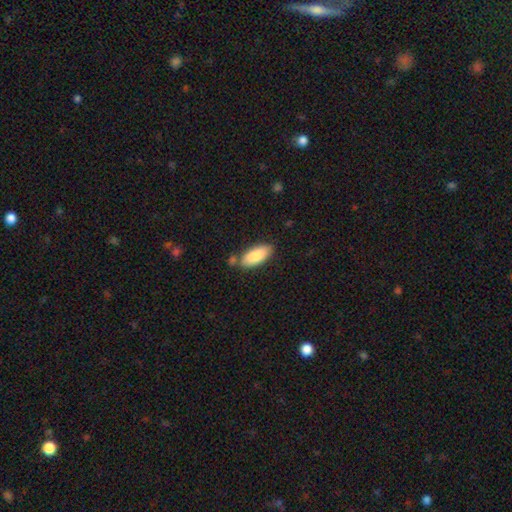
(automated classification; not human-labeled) This is clearly a smooth galaxy (85%). How rounded: clearly in between (83%). Merging: likely none (72%).